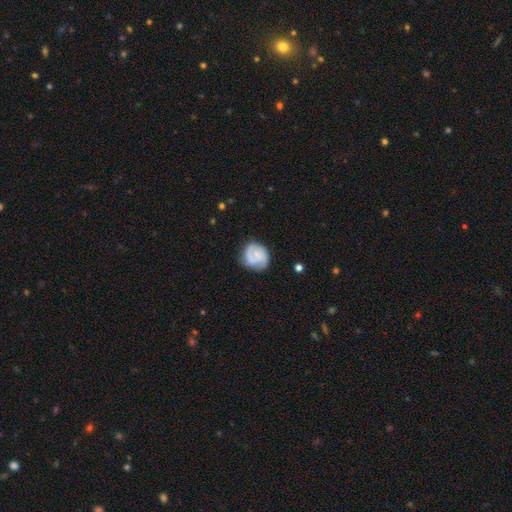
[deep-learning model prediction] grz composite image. It shows a featured or disk galaxy (52%) with no bar (55%), spiral arms (84%) and a small central bulge (50%). Merging: none (69%).